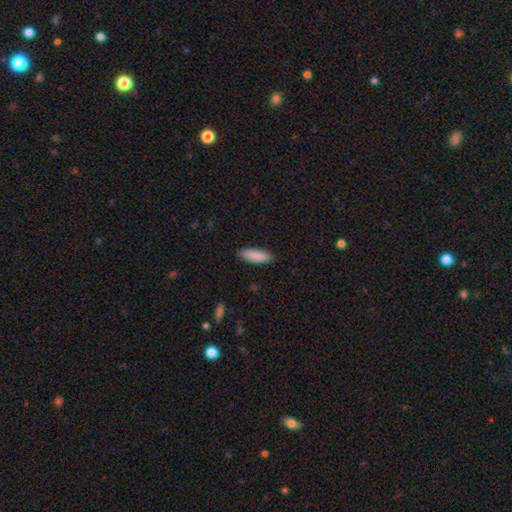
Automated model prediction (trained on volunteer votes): smooth-or-featured: smooth: 88% | featured or disk: 6% | star or artifact: 6%
  how-rounded: in between: 59% | cigar-shaped: 39% | round: 2%
  merging: none: 89% | minor disturbance: 8% | major disturbance: 2% | merger: 1%